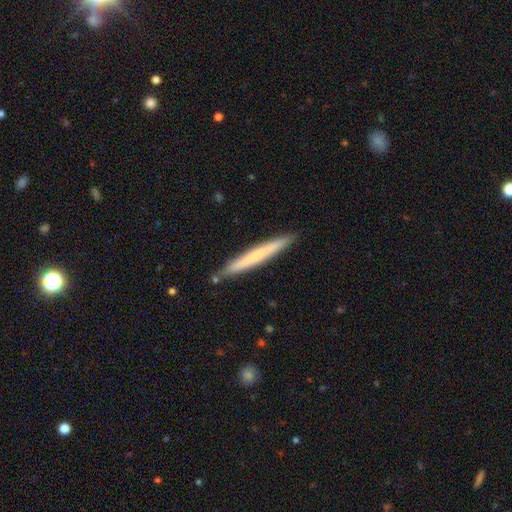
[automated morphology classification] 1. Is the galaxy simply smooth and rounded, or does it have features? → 63% smooth, 31% featured or disk, 5% star or artifact.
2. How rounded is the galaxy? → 97% cigar-shaped, 2% in between, 1% round.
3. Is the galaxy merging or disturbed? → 88% none, 9% minor disturbance, 2% merger, 1% major disturbance.